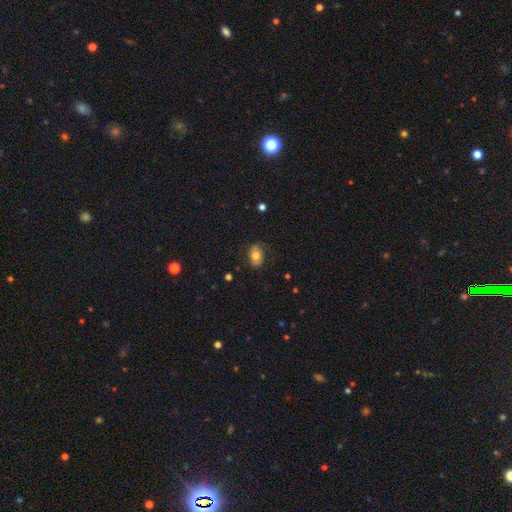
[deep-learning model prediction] This appears to be a smooth galaxy with no disk features (68%) that is in between round and cigar-shaped (79%). Merging: none (75%).